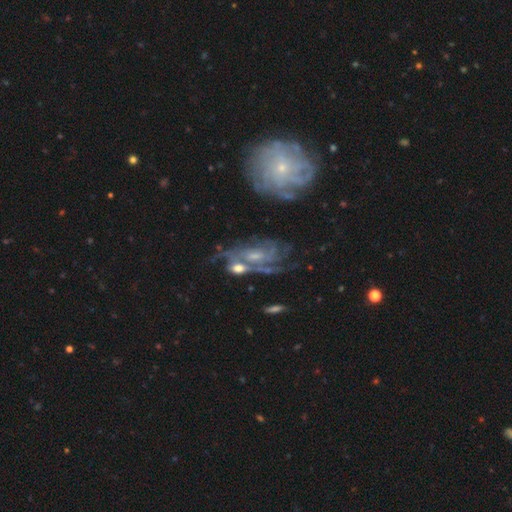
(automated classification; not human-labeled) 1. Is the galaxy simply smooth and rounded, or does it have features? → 83% featured or disk, 10% smooth, 8% star or artifact.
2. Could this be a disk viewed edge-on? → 94% no, 6% yes.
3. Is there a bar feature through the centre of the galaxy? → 57% no, 34% weak, 9% strong.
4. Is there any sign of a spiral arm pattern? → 90% yes, 10% no.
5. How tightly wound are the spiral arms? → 46% tight, 39% medium, 16% loose.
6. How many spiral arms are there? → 37% can't tell, 19% 3, 19% 2, 11% 4, 7% more than 4, 7% 1.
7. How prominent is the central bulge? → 55% small, 28% moderate, 11% none, 4% large, 2% dominant.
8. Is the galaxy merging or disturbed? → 45% none, 23% merger, 17% minor disturbance, 15% major disturbance.